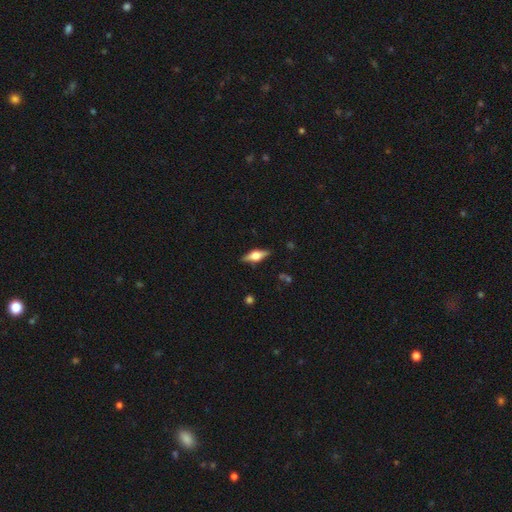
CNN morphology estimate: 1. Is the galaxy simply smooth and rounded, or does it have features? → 60% featured or disk, 33% smooth, 7% star or artifact.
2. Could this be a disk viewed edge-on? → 94% yes, 6% no.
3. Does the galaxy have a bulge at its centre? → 92% rounded, 7% boxy, 1% none.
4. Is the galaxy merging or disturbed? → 87% none, 10% minor disturbance, 2% major disturbance, 1% merger.